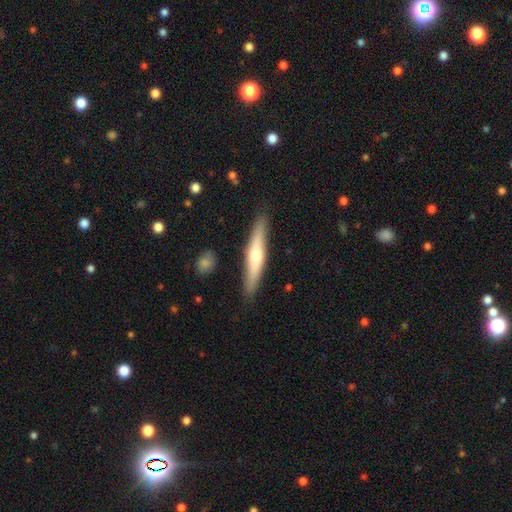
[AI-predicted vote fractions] This is possibly a featured or disk galaxy (52%). It is clearly viewed edge-on (91%). Merging: clearly none (88%).